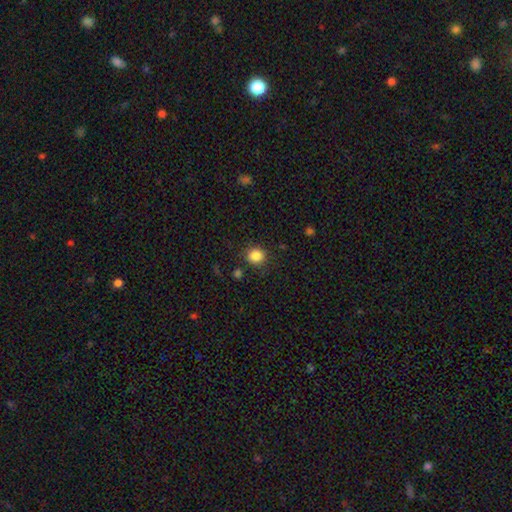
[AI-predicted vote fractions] Morphology: type=smooth (85%); roundness=round (82%); merging=none (85%).